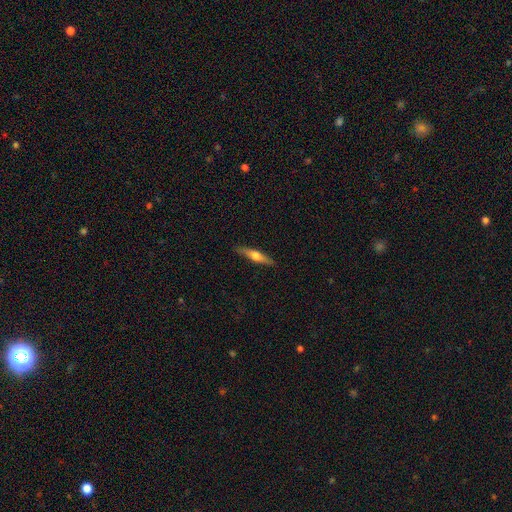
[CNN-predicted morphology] This appears to be a featured or disk galaxy (53%) viewed edge-on (95%) with a rounded central bulge (90%). Merging: none (89%).